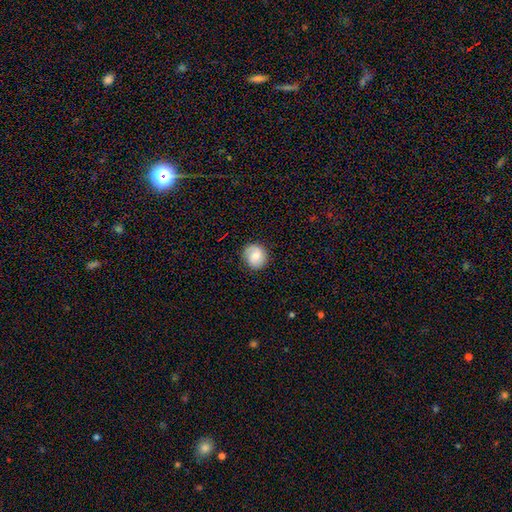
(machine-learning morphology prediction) This appears to be a smooth galaxy with no disk features (64%) that is round (87%). Merging: none (83%).